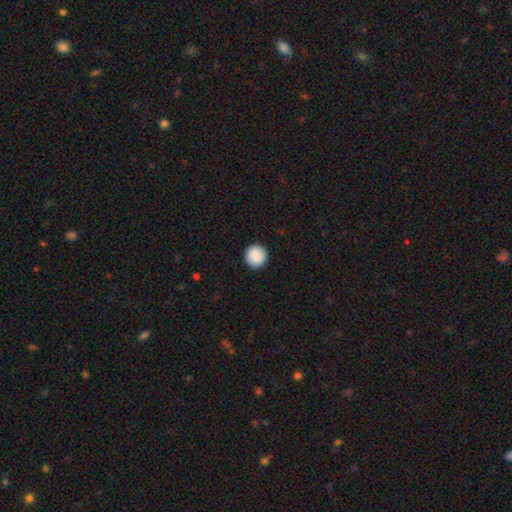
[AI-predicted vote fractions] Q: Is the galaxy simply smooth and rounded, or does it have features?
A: smooth — 90%.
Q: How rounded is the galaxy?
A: round — 94%.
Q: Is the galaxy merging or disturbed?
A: none — 93%.